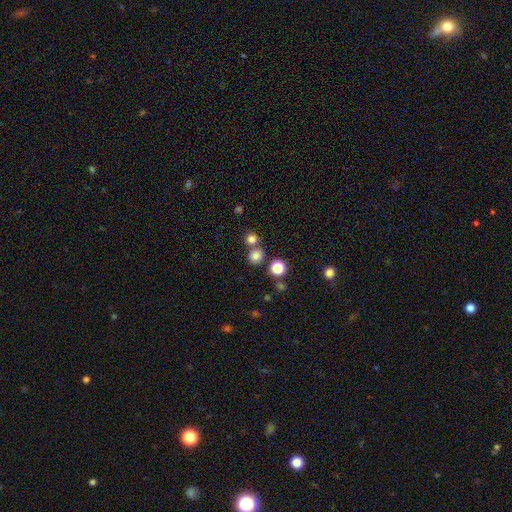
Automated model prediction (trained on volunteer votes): A smooth galaxy with no disk features (79%) that is round (85%).

Vote fractions:
- Smooth or featured? smooth: 79% / star or artifact: 15% / featured or disk: 5%
- How rounded? round: 85% / in between: 14% / cigar-shaped: 1%
- Merging? none: 69% / merger: 20% / minor disturbance: 7% / major disturbance: 3%